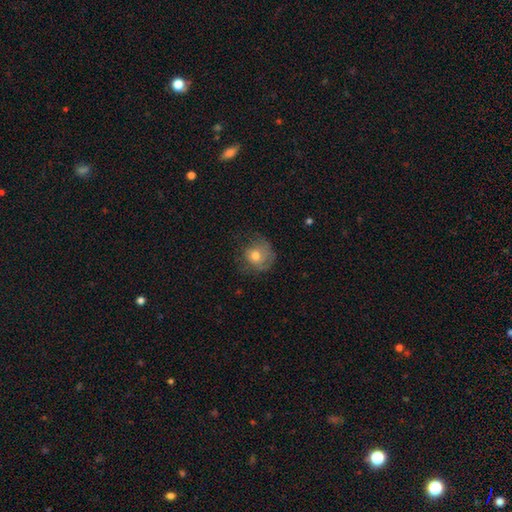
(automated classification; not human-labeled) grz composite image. It shows a smooth galaxy with no disk features (61%) that is round (80%). Merging: none (54%).